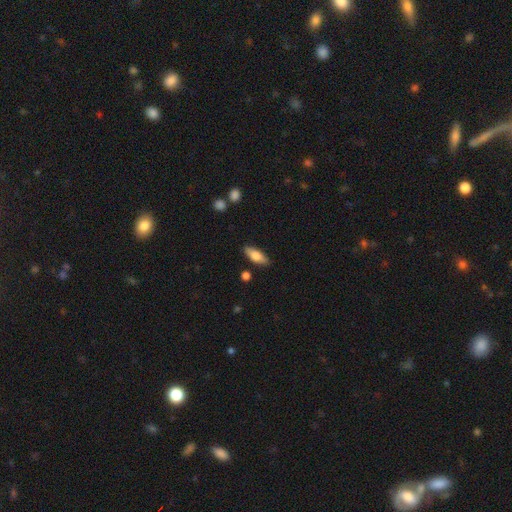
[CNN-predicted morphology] Smooth or featured?
  - smooth: 72% *
  - featured or disk: 21%
  - star or artifact: 6%
How rounded?
  - in between: 71% *
  - cigar-shaped: 27%
  - round: 3%
Merging?
  - none: 84% *
  - minor disturbance: 11%
  - major disturbance: 2%
  - merger: 2%